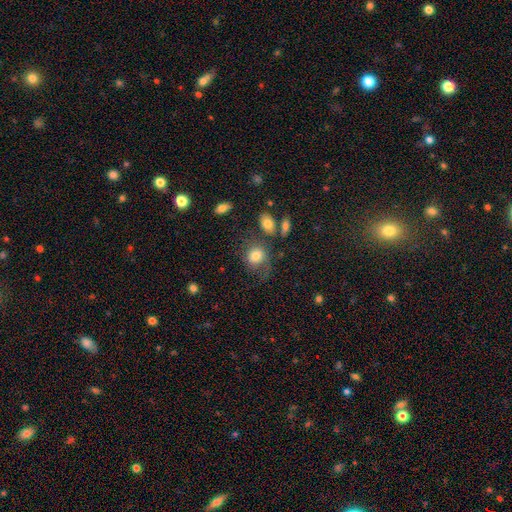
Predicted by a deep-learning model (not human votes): A smooth galaxy with no disk features (74%) that is round (65%).

Vote fractions:
- Smooth or featured? smooth: 74% / featured or disk: 17% / star or artifact: 9%
- How rounded? round: 65% / in between: 34% / cigar-shaped: 1%
- Merging? none: 46% / major disturbance: 24% / minor disturbance: 22% / merger: 8%